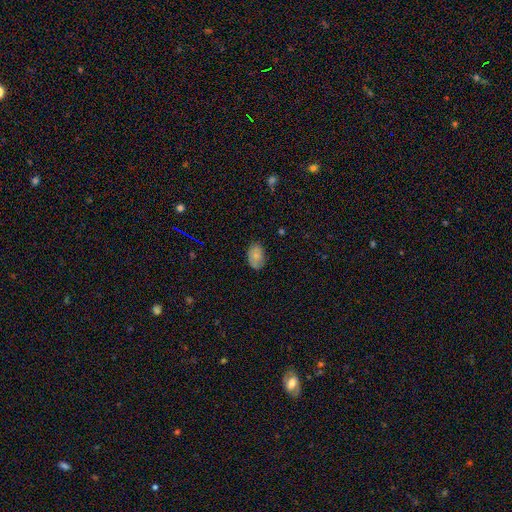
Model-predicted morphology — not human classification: smooth 78%, featured or disk 13%, star or artifact 9%. Down the decision tree: how rounded — in between (85%); merging — none (78%).